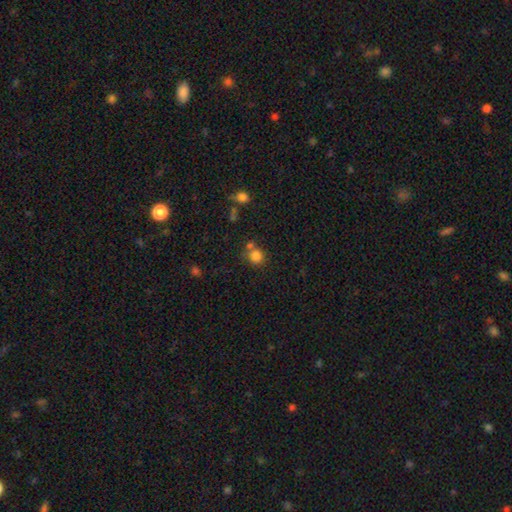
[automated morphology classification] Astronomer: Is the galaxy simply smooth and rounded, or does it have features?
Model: smooth — 82%.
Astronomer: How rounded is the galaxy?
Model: round — 87%.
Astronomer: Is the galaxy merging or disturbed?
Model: none — 62%.